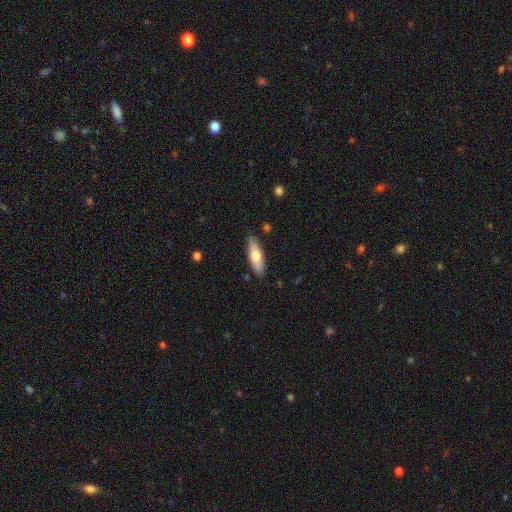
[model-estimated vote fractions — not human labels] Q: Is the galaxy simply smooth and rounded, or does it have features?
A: smooth — 69%.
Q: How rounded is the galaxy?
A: in between — 51%.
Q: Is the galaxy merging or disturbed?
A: none — 87%.